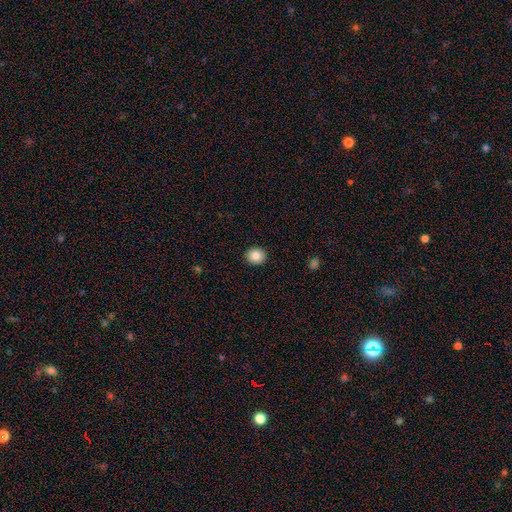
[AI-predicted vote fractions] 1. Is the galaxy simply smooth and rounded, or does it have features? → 85% smooth, 9% star or artifact, 6% featured or disk.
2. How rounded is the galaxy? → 80% round, 19% in between, 1% cigar-shaped.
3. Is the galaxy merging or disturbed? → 92% none, 5% minor disturbance, 2% major disturbance, 1% merger.